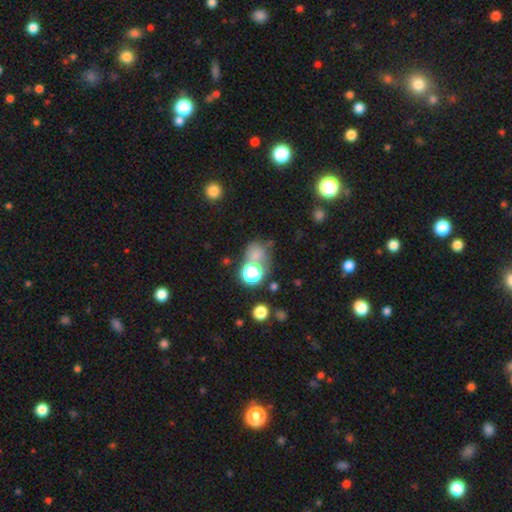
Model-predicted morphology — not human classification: A smooth galaxy with no disk features (65%) that is round (73%).

Vote fractions:
- Smooth or featured? smooth: 65% / star or artifact: 25% / featured or disk: 10%
- How rounded? round: 73% / in between: 26% / cigar-shaped: 1%
- Merging? none: 51% / merger: 24% / minor disturbance: 14% / major disturbance: 11%